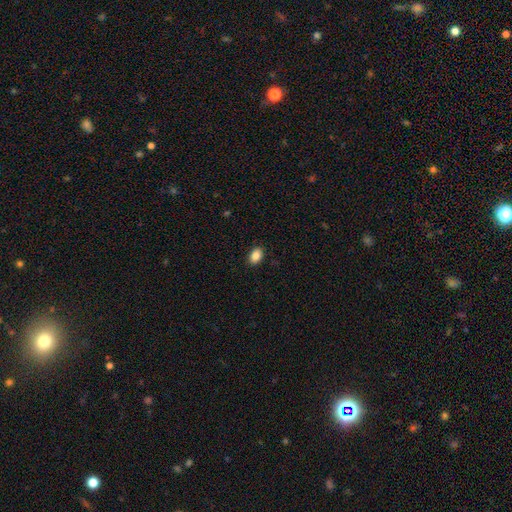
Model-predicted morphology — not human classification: A smooth galaxy with no disk features (88%) that is in between round and cigar-shaped (83%).

Vote fractions:
- Smooth or featured? smooth: 88% / star or artifact: 8% / featured or disk: 4%
- How rounded? in between: 83% / round: 16% / cigar-shaped: 1%
- Merging? none: 89% / minor disturbance: 8% / major disturbance: 2% / merger: 1%